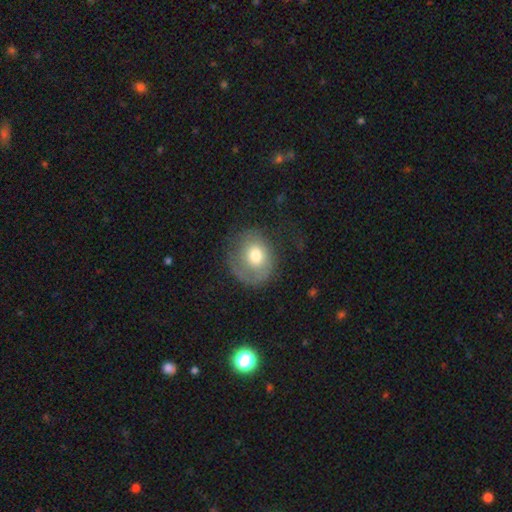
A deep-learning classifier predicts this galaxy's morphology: This appears to be a smooth galaxy with no disk features (62%) that is round (66%). Merging: none (53%).